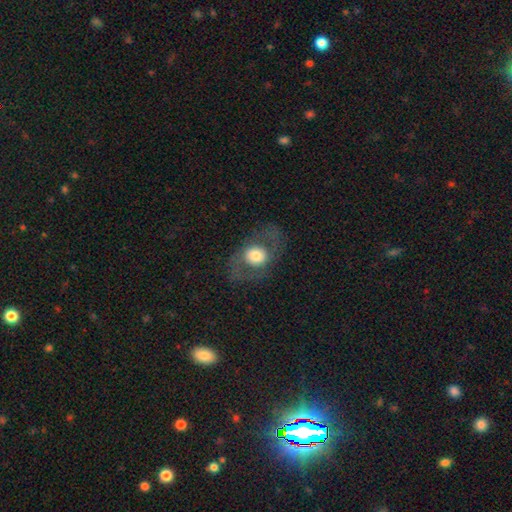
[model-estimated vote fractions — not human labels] Smooth or featured?
  - smooth: 50% *
  - featured or disk: 42%
  - star or artifact: 8%
How rounded?
  - round: 58% *
  - in between: 40%
  - cigar-shaped: 1%
Merging?
  - none: 72% *
  - major disturbance: 13%
  - minor disturbance: 13%
  - merger: 1%